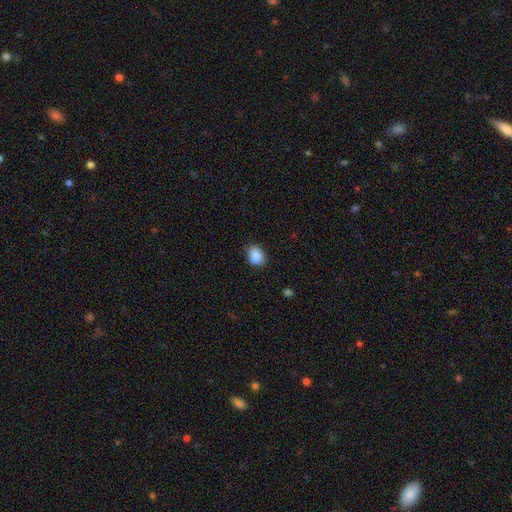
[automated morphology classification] A smooth galaxy with no disk features (88%) that is in between round and cigar-shaped (58%). Merging: none (74%).